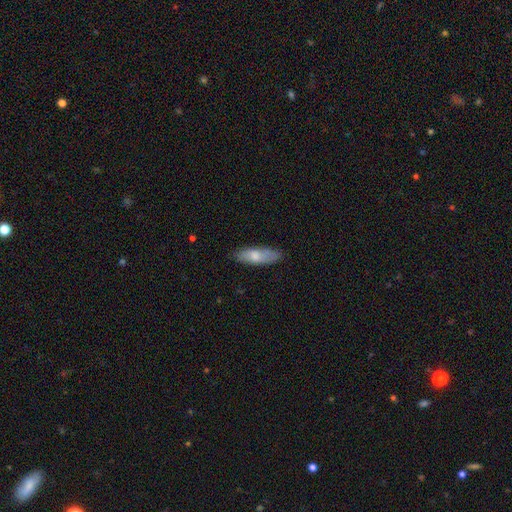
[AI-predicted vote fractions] Smooth or featured? Predicted: smooth (p=0.73). How rounded? Predicted: in between (p=0.63). Merging? Predicted: none (p=0.79).